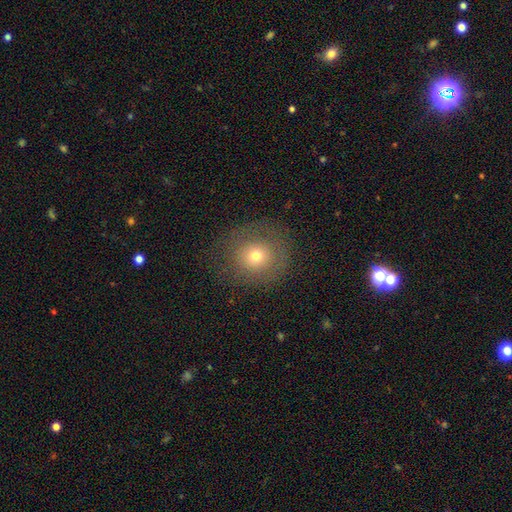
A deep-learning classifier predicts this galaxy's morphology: Q: Smooth or featured?
A: smooth (66%); runner-up: featured or disk (19%)
Q: How rounded?
A: round (90%); runner-up: in between (9%)
Q: Merging?
A: none (79%); runner-up: minor disturbance (12%)